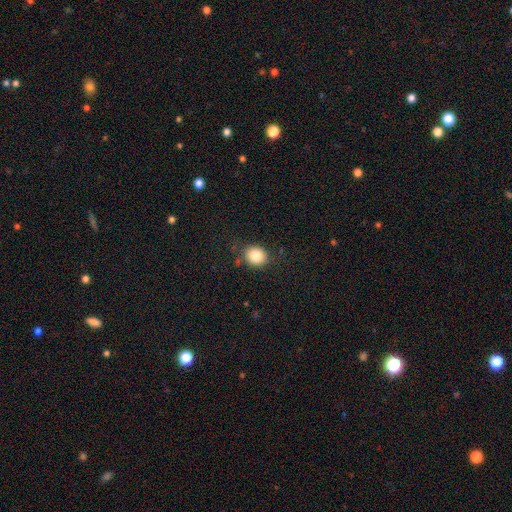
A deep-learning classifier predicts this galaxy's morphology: A smooth galaxy with no disk features (84%) that is round (68%). Merging: none (83%).